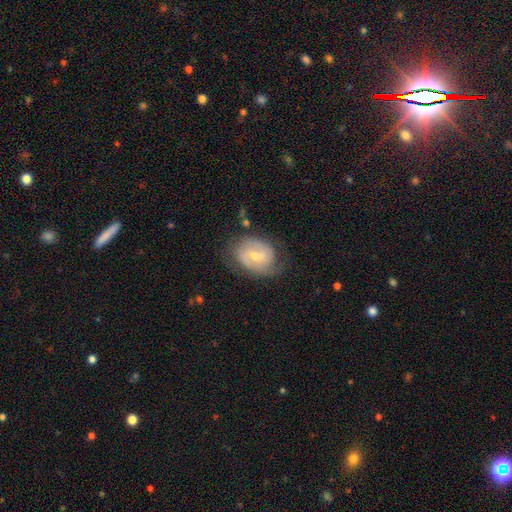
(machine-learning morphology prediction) The model was most divided on "spiral winding": tight: 42%, medium: 41%, loose: 17%. More confident: edge-on disk — no (97%); spiral arms — yes (86%); smooth or featured — featured or disk (73%); spiral arm count — 2 (67%); merging — none (67%); bar — weak (56%); bulge size — small (54%).